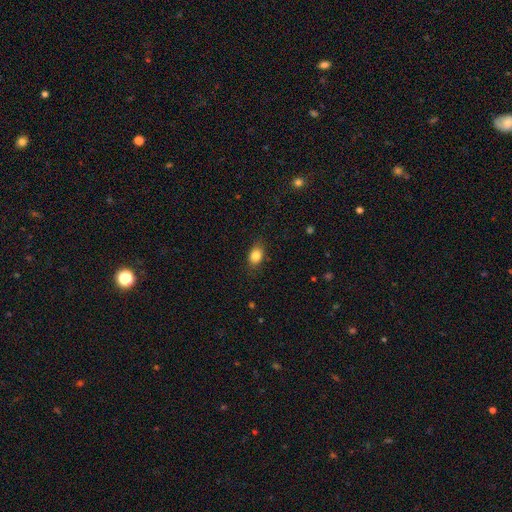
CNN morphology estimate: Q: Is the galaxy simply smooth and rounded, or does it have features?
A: smooth — 84%.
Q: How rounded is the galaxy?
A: in between — 74%.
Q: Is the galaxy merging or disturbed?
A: none — 84%.